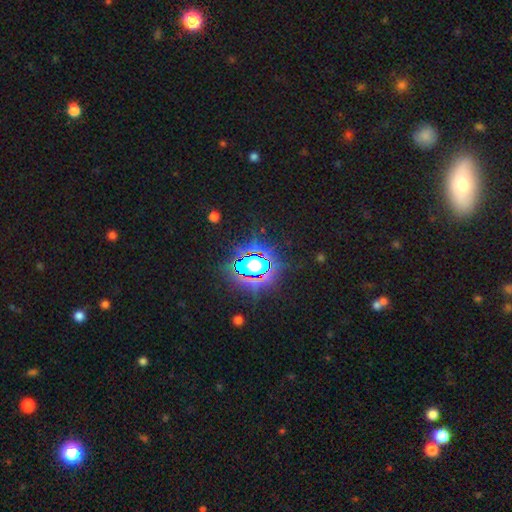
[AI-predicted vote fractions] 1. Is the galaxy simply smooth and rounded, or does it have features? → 78% star or artifact, 13% smooth, 9% featured or disk.